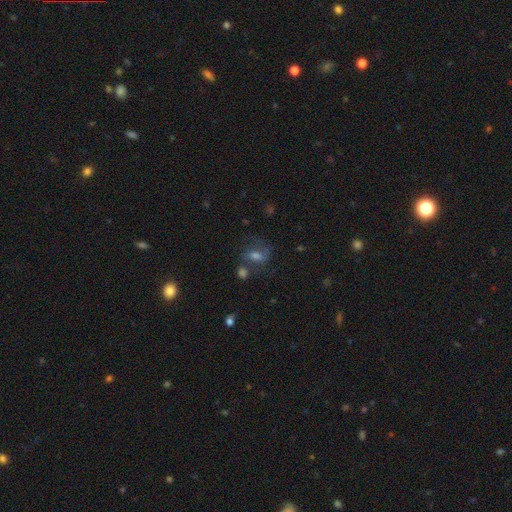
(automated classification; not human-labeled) smooth_or_featured: featured or disk (p=0.48) [alt: smooth p=0.31]
merging: none (p=0.53) [alt: minor disturbance p=0.18]